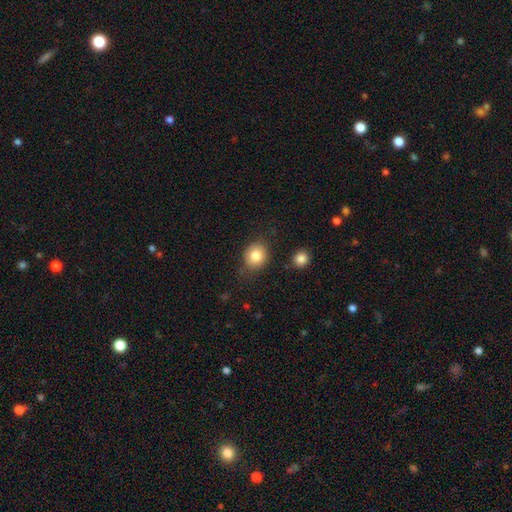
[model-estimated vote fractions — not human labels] This appears to be a smooth galaxy with no disk features (83%) that is round (70%). Merging: none (78%).